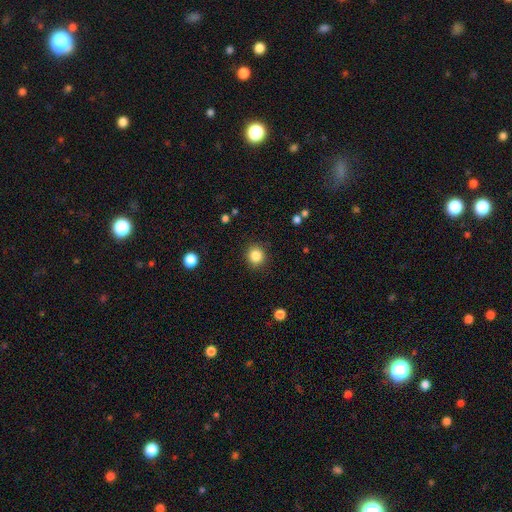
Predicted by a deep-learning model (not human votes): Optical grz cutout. It shows a smooth galaxy with no disk features (85%) that is round (88%). Merging: none (90%).